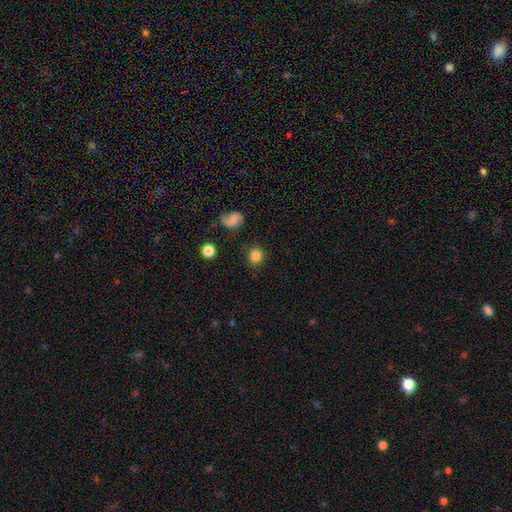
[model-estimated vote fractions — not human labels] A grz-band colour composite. It shows a smooth galaxy with no disk features (83%) that is round (83%). Merging: none (83%).